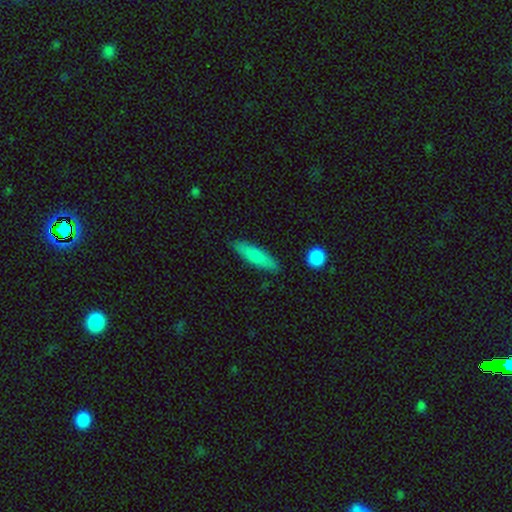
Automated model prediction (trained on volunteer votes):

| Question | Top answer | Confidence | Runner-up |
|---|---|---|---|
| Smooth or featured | smooth | 75% | featured or disk (19%) |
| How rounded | cigar-shaped | 70% | in between (28%) |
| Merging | none | 86% | minor disturbance (10%) |